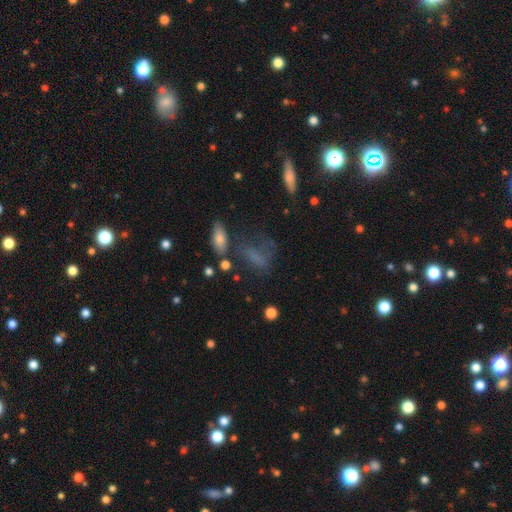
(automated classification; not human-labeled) smooth 54%, featured or disk 23%, star or artifact 22%. Down the decision tree: how rounded — in between (64%); merging — none (41%).